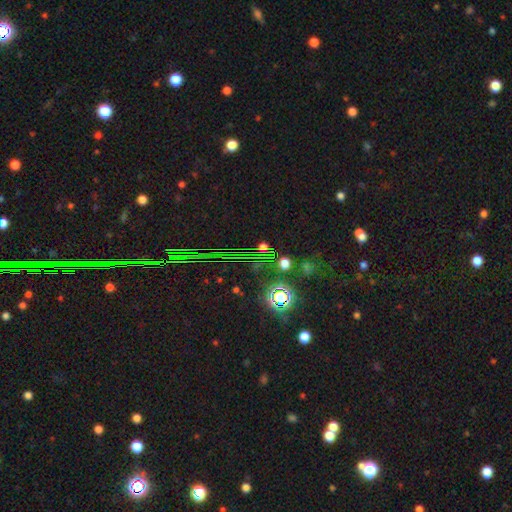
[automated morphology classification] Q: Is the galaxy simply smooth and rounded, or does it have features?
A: star or artifact — 77%.